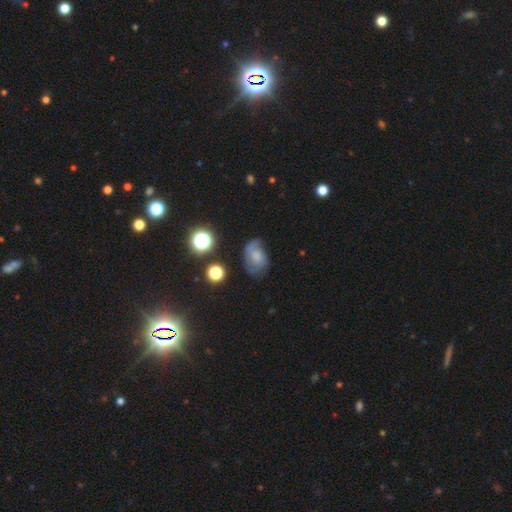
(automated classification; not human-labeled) The model was most divided on "smooth or featured": smooth: 47%, featured or disk: 40%, star or artifact: 13%. Remaining: merging — none (49%).